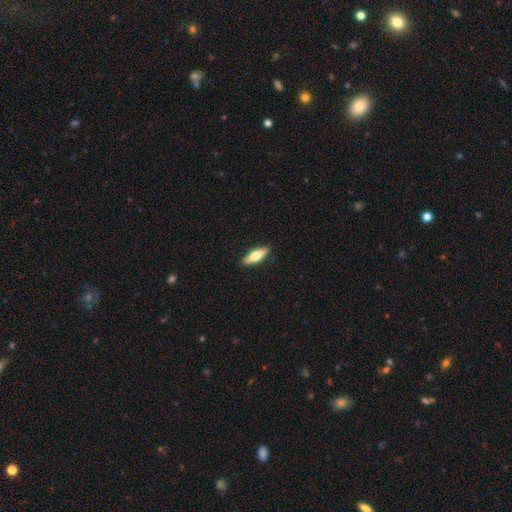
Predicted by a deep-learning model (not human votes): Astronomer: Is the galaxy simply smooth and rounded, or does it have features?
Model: smooth — 59% (runner-up: featured or disk, 36%).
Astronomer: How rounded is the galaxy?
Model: cigar-shaped — 53% (runner-up: in between, 44%).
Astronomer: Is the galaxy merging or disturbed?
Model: none — 89%.